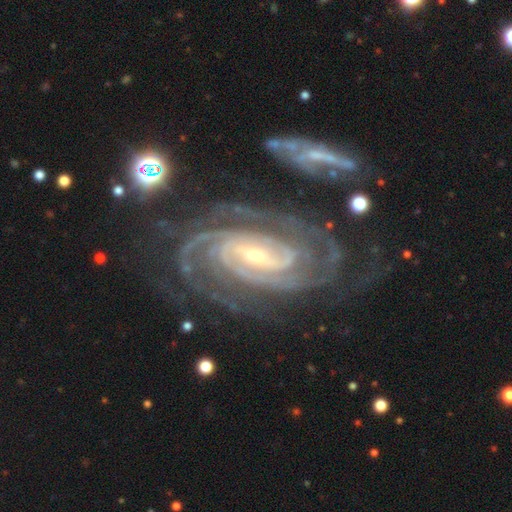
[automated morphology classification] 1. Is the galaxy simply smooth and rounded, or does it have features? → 93% featured or disk, 5% star or artifact, 3% smooth.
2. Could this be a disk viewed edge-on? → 96% no, 4% yes.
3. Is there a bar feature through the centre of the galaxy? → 36% weak, 35% strong, 30% no.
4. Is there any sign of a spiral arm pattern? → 99% yes, 1% no.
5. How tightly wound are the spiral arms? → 76% tight, 21% medium, 3% loose.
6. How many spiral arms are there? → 25% 2, 23% 3, 21% 4, 16% can't tell, 9% more than 4, 7% 1.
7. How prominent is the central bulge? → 66% small, 30% moderate, 2% large, 1% none, 1% dominant.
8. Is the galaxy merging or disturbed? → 68% none, 18% minor disturbance, 9% major disturbance, 5% merger.